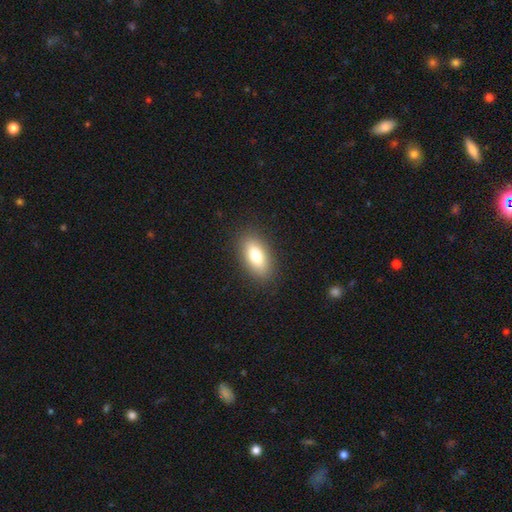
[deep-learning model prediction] Smooth or featured? smooth (77%)
How rounded? in between (87%)
Merging? none (88%)